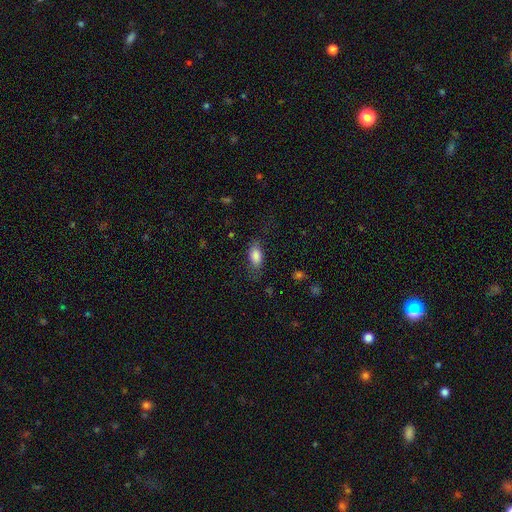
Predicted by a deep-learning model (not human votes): smooth 83%, featured or disk 10%, star or artifact 7%. Down the decision tree: how rounded — in between (88%); merging — none (68%).